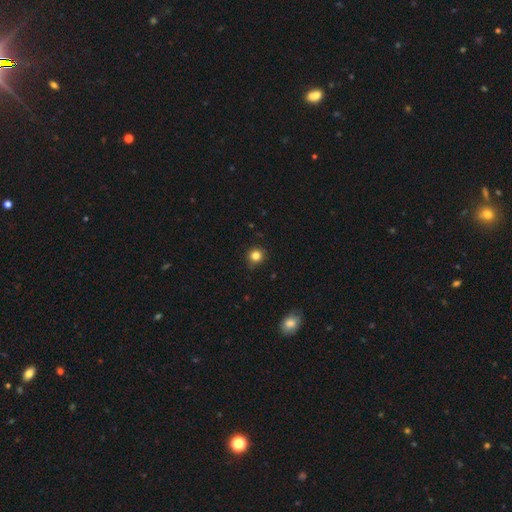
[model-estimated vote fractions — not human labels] Morphology: type=smooth (83%); roundness=round (93%); merging=none (86%).